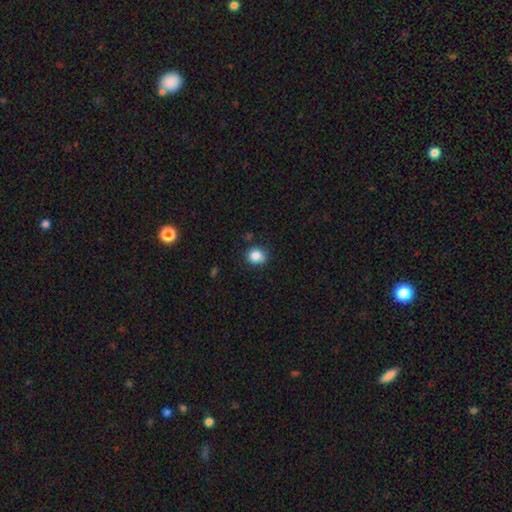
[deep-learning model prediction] Q: Smooth or featured?
A: smooth (84%); runner-up: star or artifact (10%)
Q: How rounded?
A: round (75%); runner-up: in between (24%)
Q: Merging?
A: none (79%); runner-up: minor disturbance (15%)